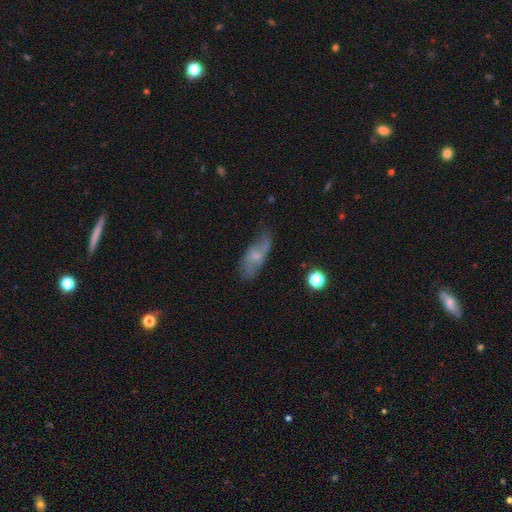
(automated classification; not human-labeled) Smooth or featured? featured or disk (48%)
Merging? none (61%)